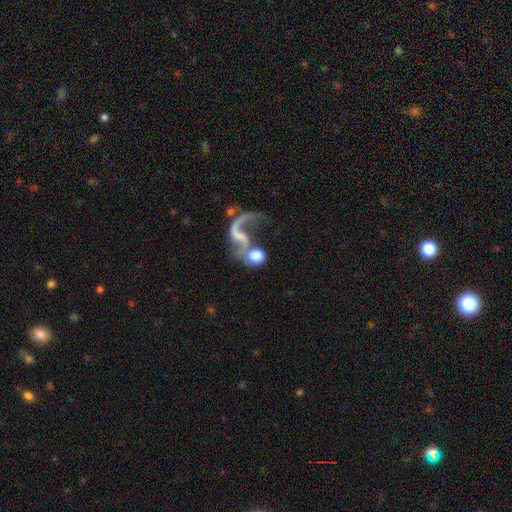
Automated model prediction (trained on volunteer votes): A featured or disk galaxy (46%). Merging: merger (42%).